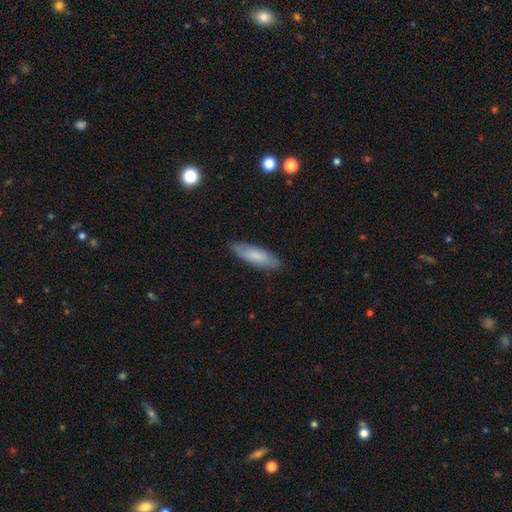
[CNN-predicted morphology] type=smooth (73%); roundness=cigar-shaped (55%); merging=none (84%).